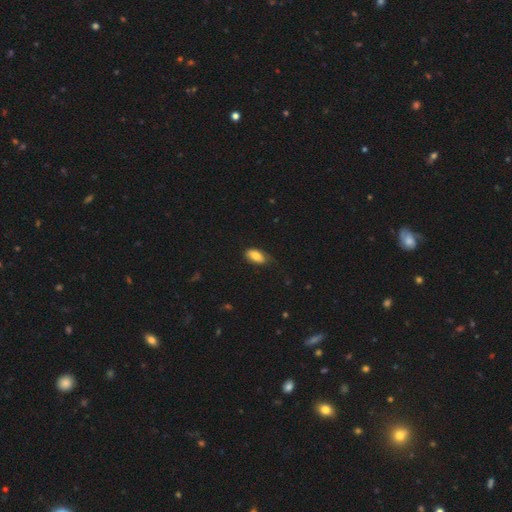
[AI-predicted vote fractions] Smooth or featured? Predicted: smooth (p=0.82). How rounded? Predicted: in between (p=0.92). Merging? Predicted: none (p=0.68).